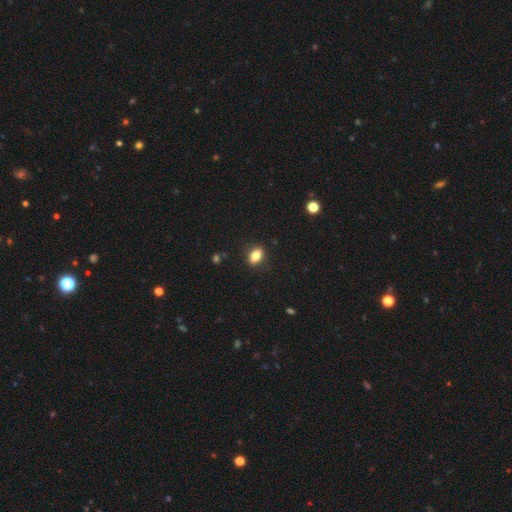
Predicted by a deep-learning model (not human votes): Q: Smooth or featured?
A: smooth (80%); runner-up: featured or disk (11%)
Q: How rounded?
A: in between (82%); runner-up: round (14%)
Q: Merging?
A: none (86%); runner-up: minor disturbance (10%)